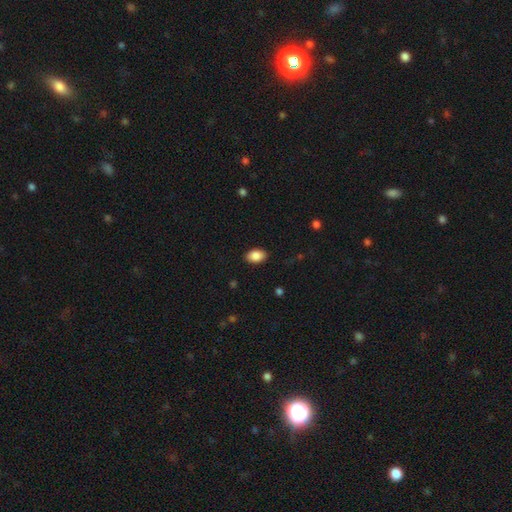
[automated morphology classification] A smooth galaxy with no disk features (88%) that is in between round and cigar-shaped (89%). Merging: none (88%).